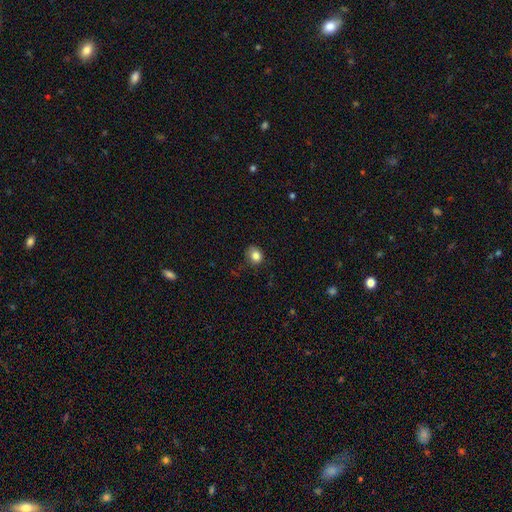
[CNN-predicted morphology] Overall: smooth (83%). How rounded: round (61%; in between 38%). Merging: none (71%).